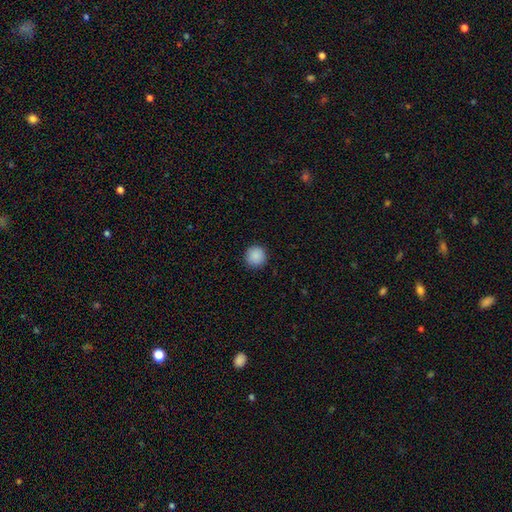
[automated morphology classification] The model was most divided on "smooth or featured": smooth: 89%, star or artifact: 8%, featured or disk: 2%. More confident: how rounded — round (95%); merging — none (92%).